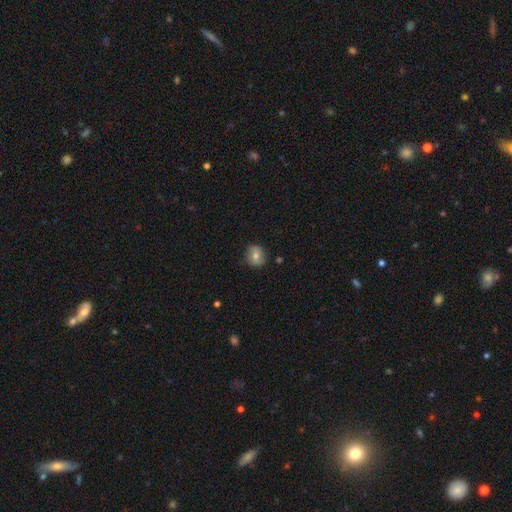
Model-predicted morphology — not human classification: This is likely a smooth galaxy (70%). How rounded: clearly round (81%). Merging: clearly none (82%).